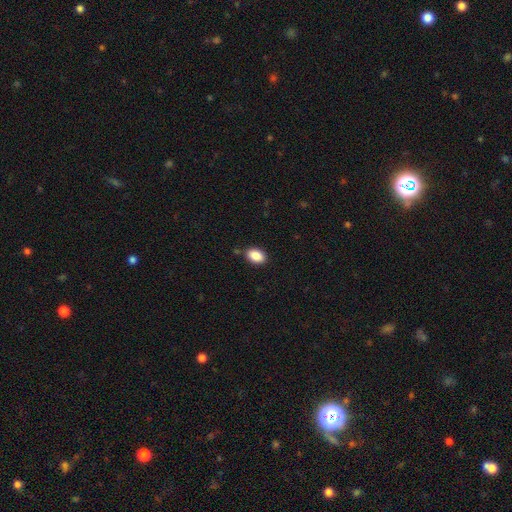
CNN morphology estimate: A smooth galaxy with no disk features (89%) that is in between round and cigar-shaped (86%).

Vote fractions:
- Smooth or featured? smooth: 89% / star or artifact: 8% / featured or disk: 4%
- How rounded? in between: 86% / round: 13% / cigar-shaped: 1%
- Merging? none: 85% / minor disturbance: 10% / major disturbance: 2% / merger: 2%